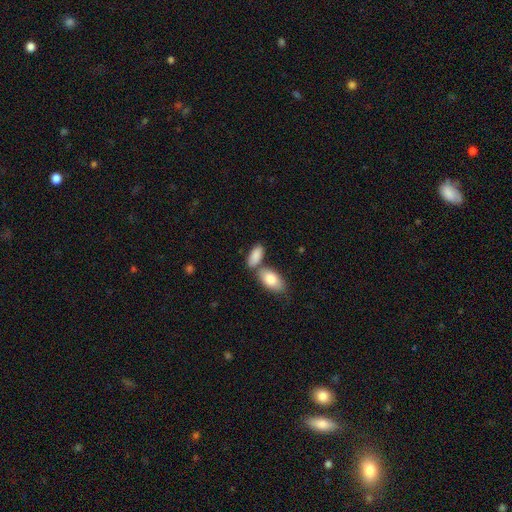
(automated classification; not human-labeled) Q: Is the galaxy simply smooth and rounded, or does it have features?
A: smooth — 86%.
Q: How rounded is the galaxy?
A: in between — 89%.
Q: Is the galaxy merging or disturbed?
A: none — 50%.